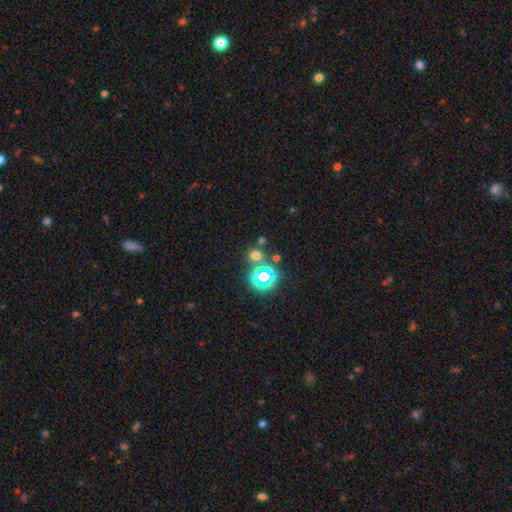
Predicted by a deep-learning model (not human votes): Smooth or featured?
  - smooth: 57% *
  - star or artifact: 36%
  - featured or disk: 7%
How rounded?
  - round: 81% *
  - in between: 18%
  - cigar-shaped: 1%
Merging?
  - none: 74% *
  - merger: 14%
  - minor disturbance: 8%
  - major disturbance: 4%